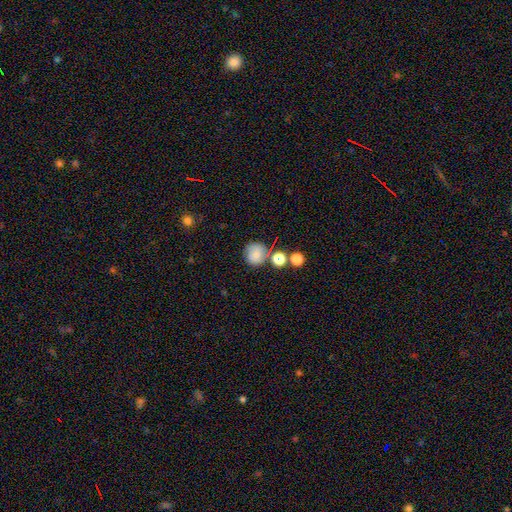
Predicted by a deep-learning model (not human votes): smooth-or-featured: smooth: 75% | featured or disk: 13% | star or artifact: 12%
  how-rounded: round: 87% | in between: 12% | cigar-shaped: 1%
  merging: none: 67% | minor disturbance: 15% | merger: 13% | major disturbance: 5%